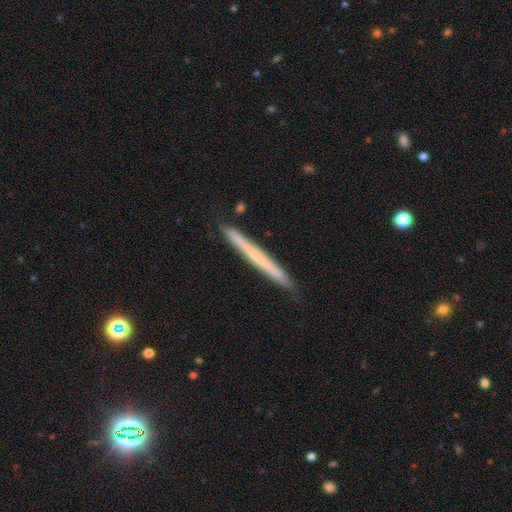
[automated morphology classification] This is possibly a featured or disk galaxy (48%). Merging: clearly none (88%).